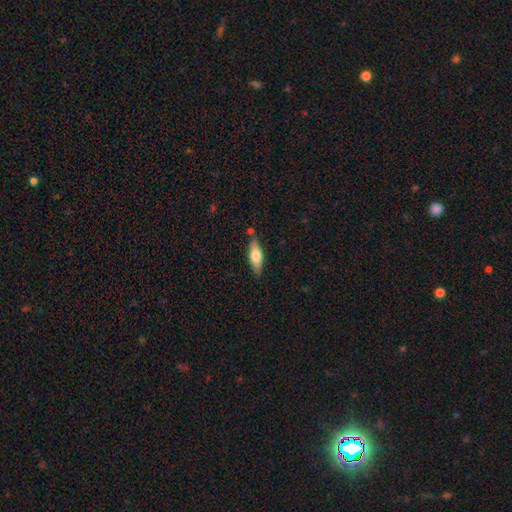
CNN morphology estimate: smooth-or-featured: smooth: 66% | featured or disk: 28% | star or artifact: 6%
  how-rounded: in between: 64% | cigar-shaped: 34% | round: 3%
  merging: none: 78% | minor disturbance: 15% | merger: 4% | major disturbance: 3%